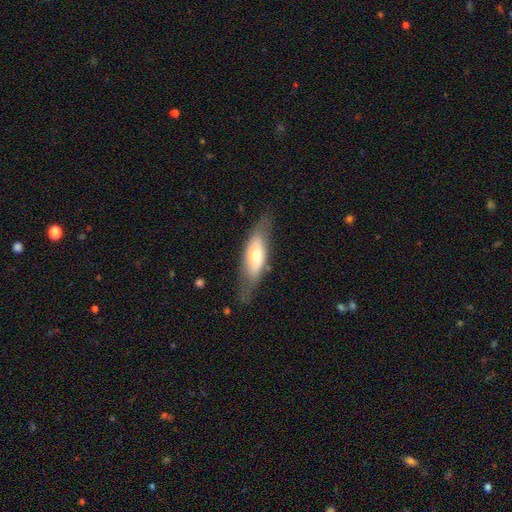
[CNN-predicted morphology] This is possibly a smooth galaxy (51%). How rounded: possibly in between (58%). Merging: likely none (70%).